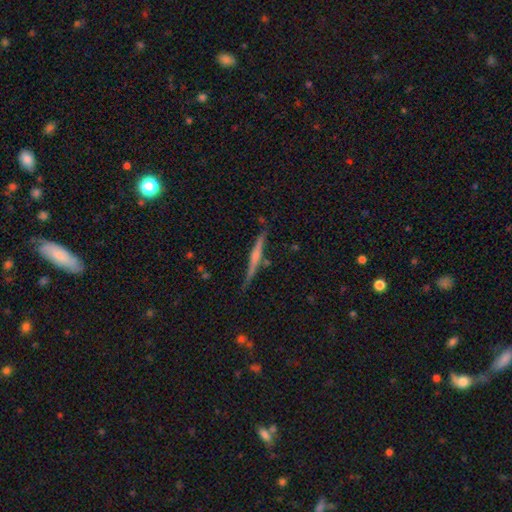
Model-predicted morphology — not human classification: featured or disk 62%, smooth 31%, star or artifact 7%. Down the decision tree: edge-on disk — yes (97%); edge-on bulge — rounded (45%); merging — none (81%).